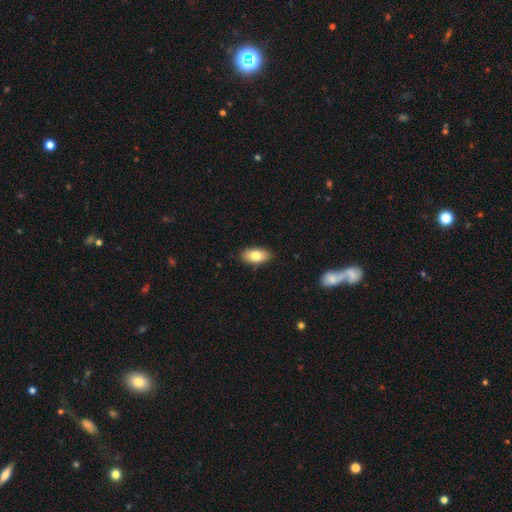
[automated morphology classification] smooth_or_featured: smooth (p=0.80) [alt: featured or disk p=0.13]
how_rounded: in between (p=0.92) [alt: round p=0.04]
merging: none (p=0.87) [alt: minor disturbance p=0.10]